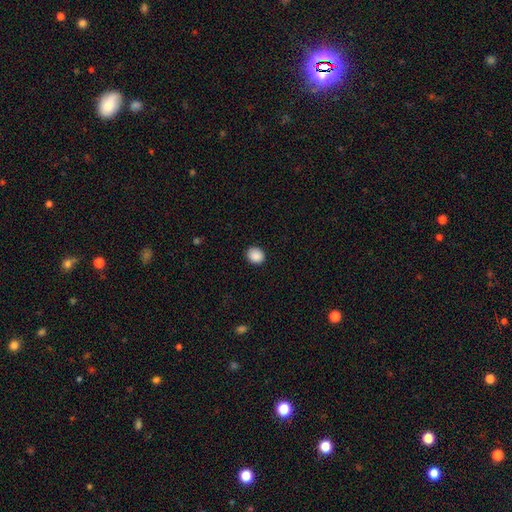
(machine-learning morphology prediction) Smooth or featured: smooth — 89% (star or artifact — 9%)
How rounded: round — 67% (in between — 33%)
Merging: none — 90% (minor disturbance — 7%)